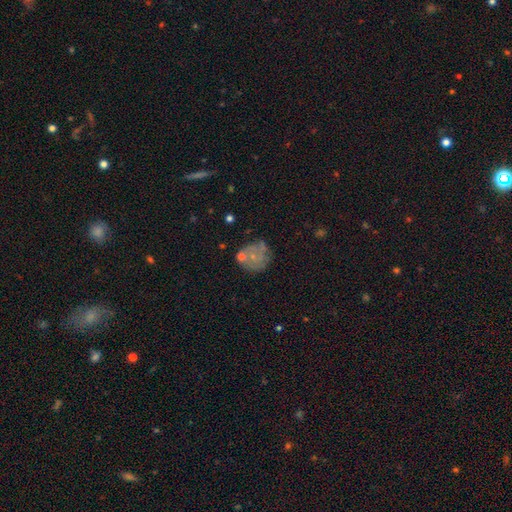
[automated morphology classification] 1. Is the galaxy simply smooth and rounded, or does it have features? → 49% smooth, 38% featured or disk, 13% star or artifact.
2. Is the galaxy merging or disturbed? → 57% none, 21% minor disturbance, 12% major disturbance, 9% merger.